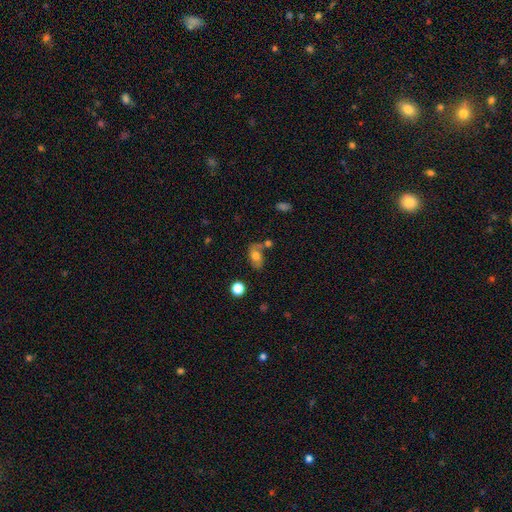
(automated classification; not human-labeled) smooth_or_featured: smooth (p=0.66) [alt: featured or disk p=0.24]
how_rounded: in between (p=0.86) [alt: round p=0.12]
merging: none (p=0.54) [alt: minor disturbance p=0.20]